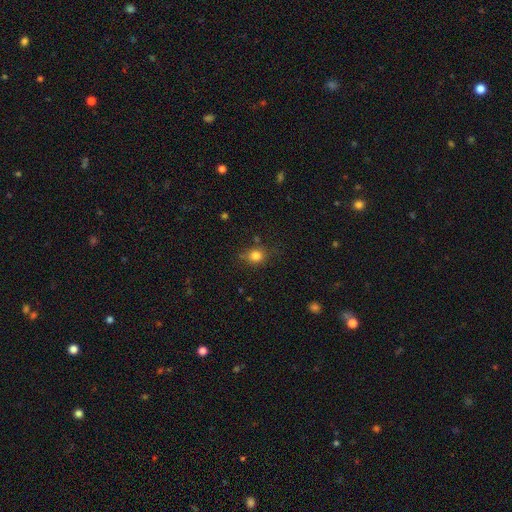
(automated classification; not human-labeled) The model was most divided on "how rounded": round: 72%, in between: 27%, cigar-shaped: 1%. More confident: smooth or featured — smooth (81%); merging — none (74%).